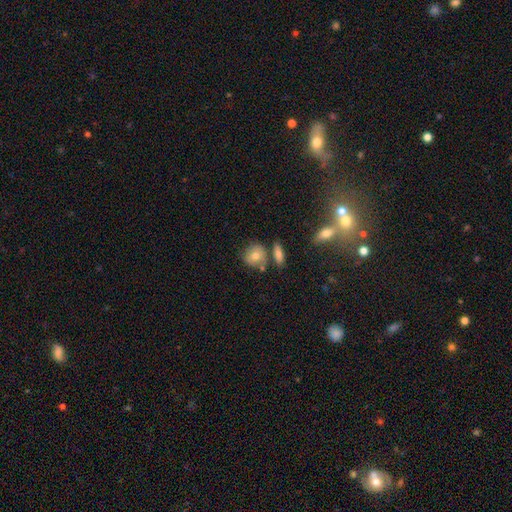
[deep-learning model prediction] Q: Smooth or featured?
A: smooth (66%); runner-up: featured or disk (22%)
Q: How rounded?
A: round (72%); runner-up: in between (26%)
Q: Merging?
A: none (64%); runner-up: minor disturbance (16%)